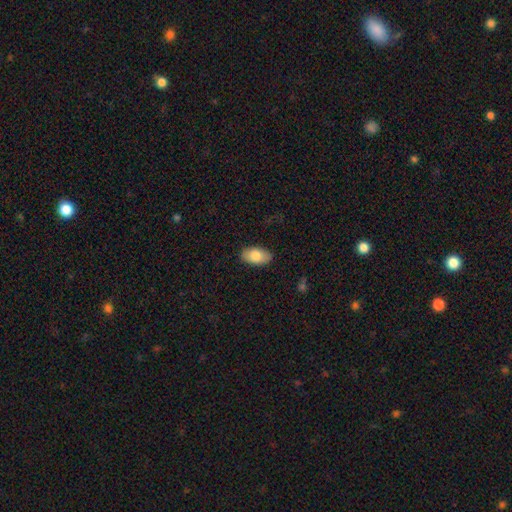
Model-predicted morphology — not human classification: Smooth or featured: smooth — 81% (featured or disk — 13%)
How rounded: in between — 94% (round — 4%)
Merging: none — 87% (minor disturbance — 10%)